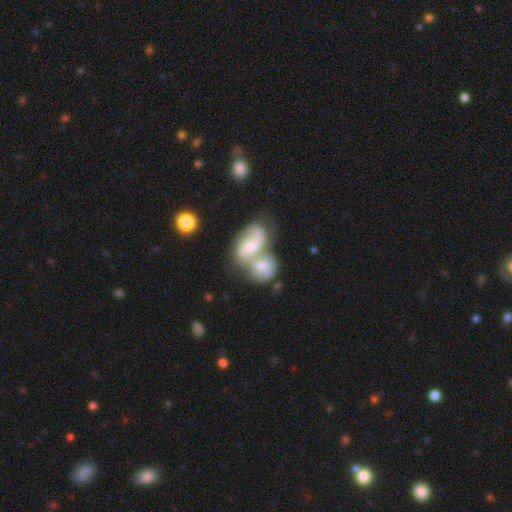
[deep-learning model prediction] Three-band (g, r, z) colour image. It shows a featured or disk galaxy (70%) with a weak bar (44%), 2 (71%) medium (47%) spiral arms (88%) and a small central bulge (50%). Merging: merger (66%).